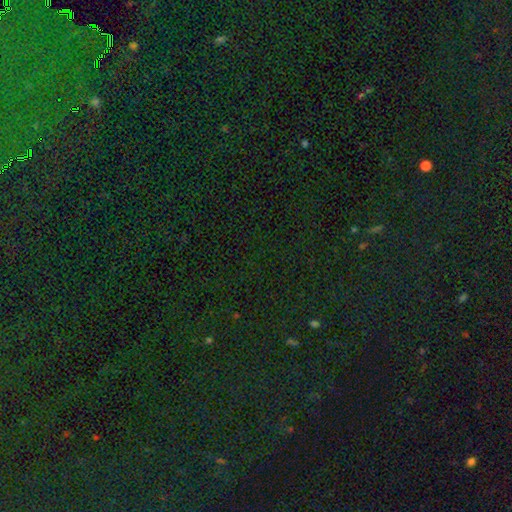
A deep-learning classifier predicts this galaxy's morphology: This appears to be a star or artifact, not a galaxy (81%).